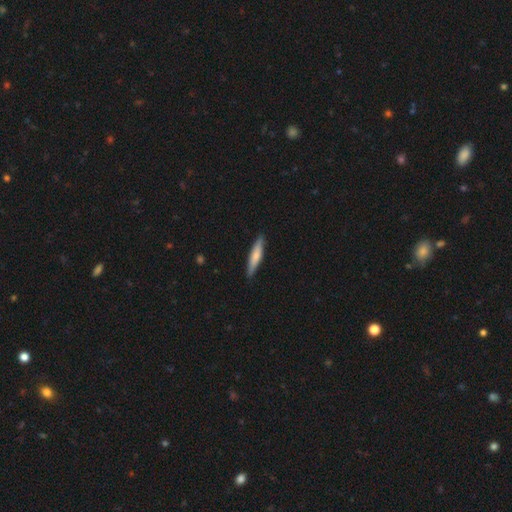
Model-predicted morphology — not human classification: Smooth or featured?
  - smooth: 69% *
  - featured or disk: 26%
  - star or artifact: 5%
How rounded?
  - cigar-shaped: 87% *
  - in between: 12%
  - round: 1%
Merging?
  - none: 89% *
  - minor disturbance: 9%
  - major disturbance: 2%
  - merger: 1%